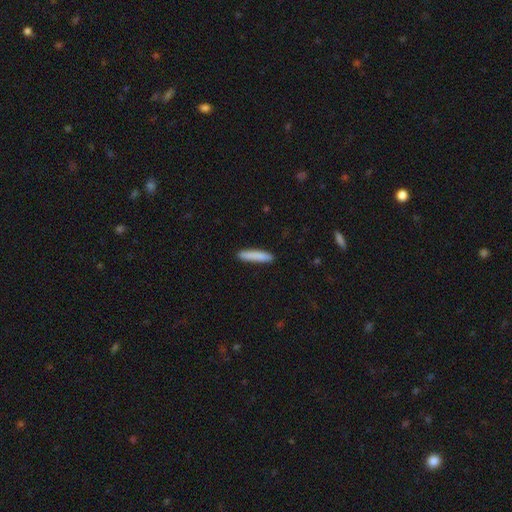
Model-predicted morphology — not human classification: smooth 86%, featured or disk 9%, star or artifact 6%. Down the decision tree: how rounded — cigar-shaped (88%); merging — none (89%).